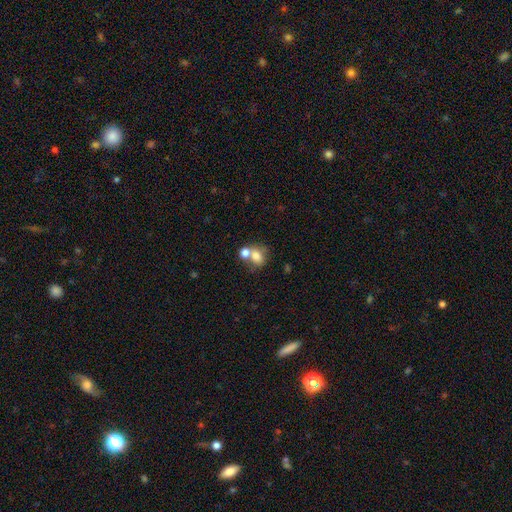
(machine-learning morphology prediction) smooth 74%, featured or disk 15%, star or artifact 11%. Down the decision tree: how rounded — in between (50%); merging — merger (45%).